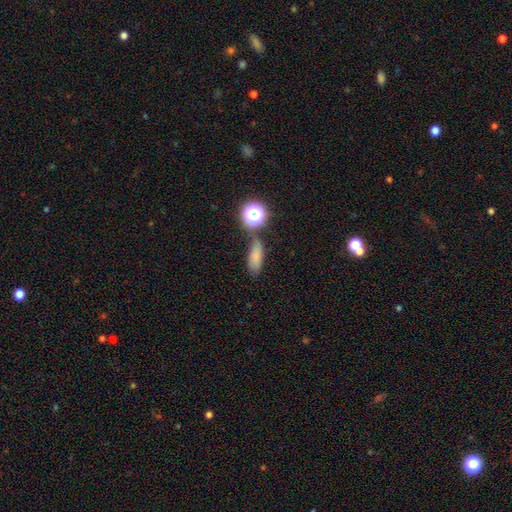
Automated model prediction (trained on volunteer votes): smooth_or_featured: smooth (p=0.73) [alt: star or artifact p=0.17]
how_rounded: in between (p=0.66) [alt: cigar-shaped p=0.22]
merging: none (p=0.65) [alt: minor disturbance p=0.17]